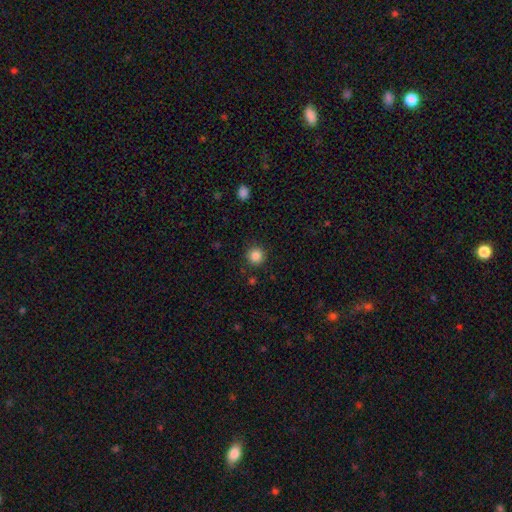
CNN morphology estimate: Q: Smooth or featured?
A: smooth (86%); runner-up: star or artifact (11%)
Q: How rounded?
A: round (95%); runner-up: in between (4%)
Q: Merging?
A: none (90%); runner-up: minor disturbance (6%)